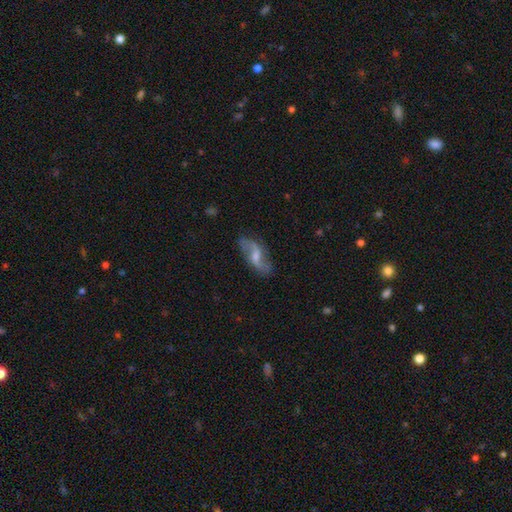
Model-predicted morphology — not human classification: Q: Smooth or featured?
A: featured or disk (78%); runner-up: smooth (15%)
Q: Edge-on disk?
A: no (93%); runner-up: yes (7%)
Q: Bar?
A: weak (54%); runner-up: no (26%)
Q: Spiral arms?
A: yes (93%); runner-up: no (7%)
Q: Spiral winding?
A: loose (67%); runner-up: medium (26%)
Q: Spiral arm count?
A: 2 (90%); runner-up: can't tell (5%)
Q: Bulge size?
A: moderate (42%); runner-up: small (37%)
Q: Merging?
A: none (77%); runner-up: minor disturbance (16%)